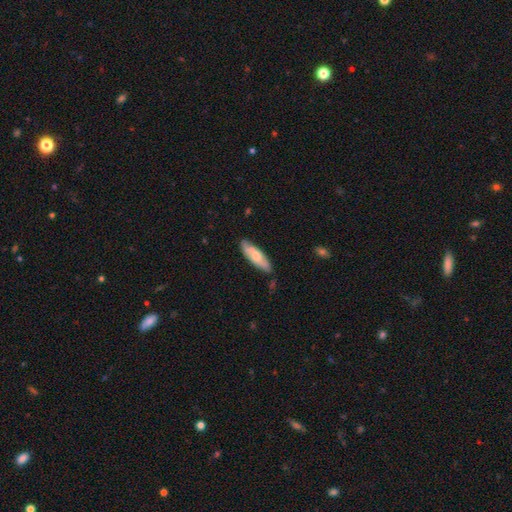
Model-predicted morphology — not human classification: A smooth galaxy with no disk features (56%) that is in between round and cigar-shaped (49%, tied with cigar-shaped). Merging: none (77%).